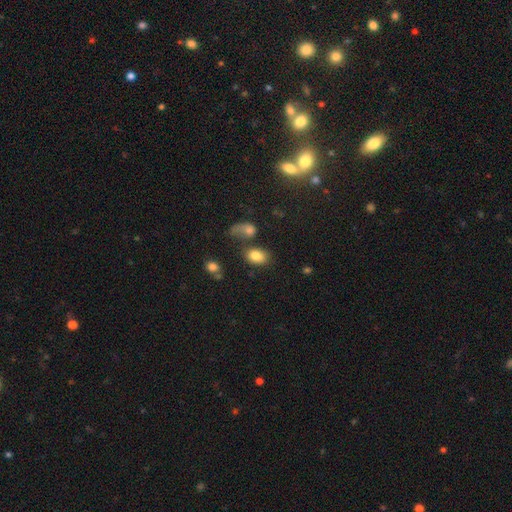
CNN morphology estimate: smooth 82%, star or artifact 10%, featured or disk 8%. Down the decision tree: how rounded — in between (81%); merging — none (61%).